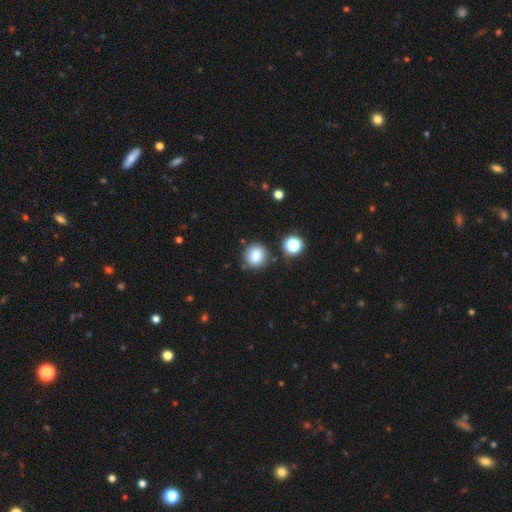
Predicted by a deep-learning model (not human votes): smooth_or_featured: smooth (p=0.82) [alt: star or artifact p=0.12]
how_rounded: round (p=0.90) [alt: in between p=0.09]
merging: none (p=0.82) [alt: minor disturbance p=0.10]